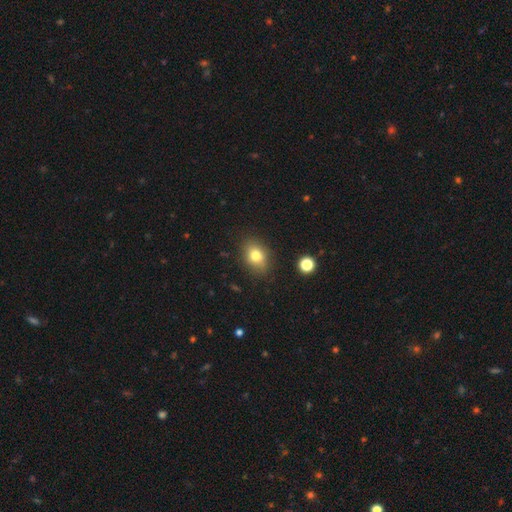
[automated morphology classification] Smooth or featured?
  - smooth: 77% *
  - featured or disk: 11%
  - star or artifact: 11%
How rounded?
  - in between: 66% *
  - round: 33%
  - cigar-shaped: 1%
Merging?
  - none: 83% *
  - minor disturbance: 12%
  - major disturbance: 3%
  - merger: 2%